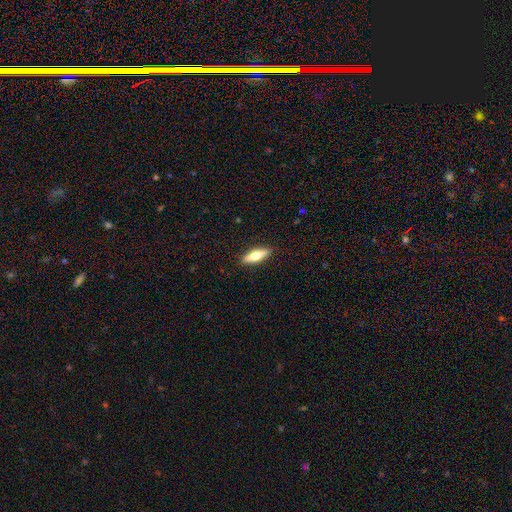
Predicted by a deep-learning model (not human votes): A smooth galaxy with no disk features (57%) that is cigar-shaped (57%). Merging: none (90%).